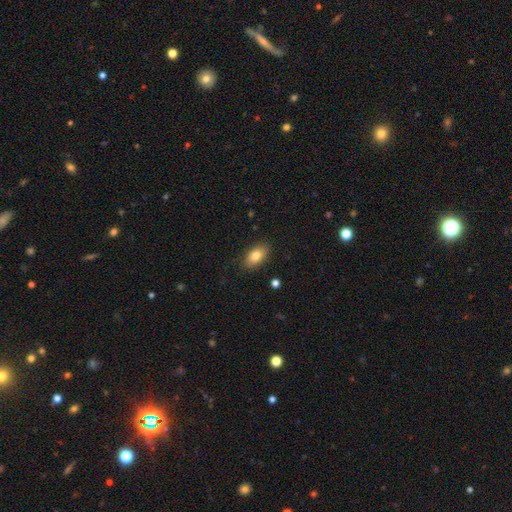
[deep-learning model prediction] Smooth or featured: smooth — 81% (featured or disk — 11%)
How rounded: in between — 90% (round — 6%)
Merging: none — 86% (minor disturbance — 10%)